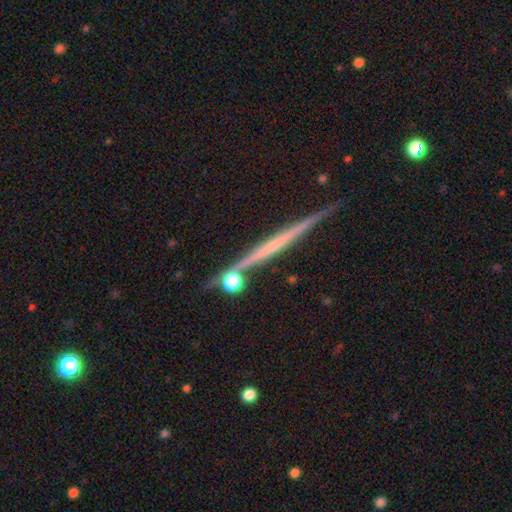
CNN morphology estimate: Smooth or featured: featured or disk — 67% (smooth — 25%)
Edge-on disk: yes — 97% (no — 3%)
Edge-on bulge: none — 82% (rounded — 12%)
Merging: none — 84% (minor disturbance — 9%)